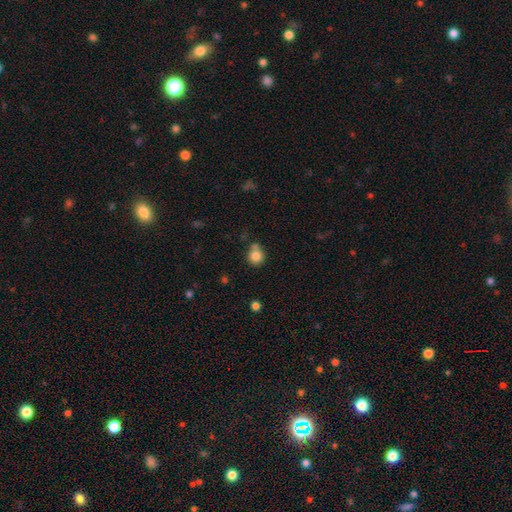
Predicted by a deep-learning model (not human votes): smooth_or_featured: smooth (p=0.82) [alt: star or artifact p=0.11]
how_rounded: round (p=0.90) [alt: in between p=0.09]
merging: none (p=0.62) [alt: merger p=0.20]